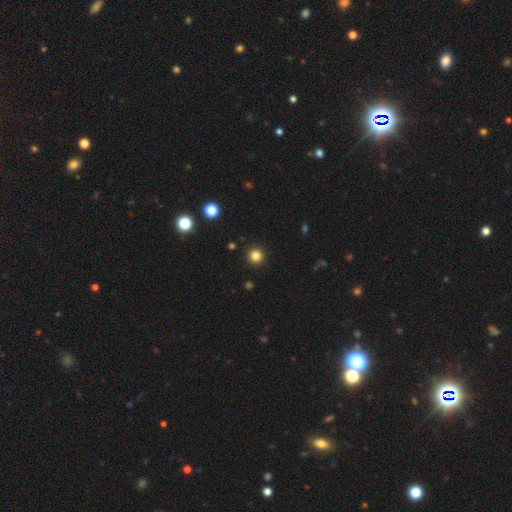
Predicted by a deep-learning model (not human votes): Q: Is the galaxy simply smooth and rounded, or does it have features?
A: smooth — 83%.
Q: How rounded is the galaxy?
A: round — 96%.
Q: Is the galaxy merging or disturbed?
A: none — 93%.